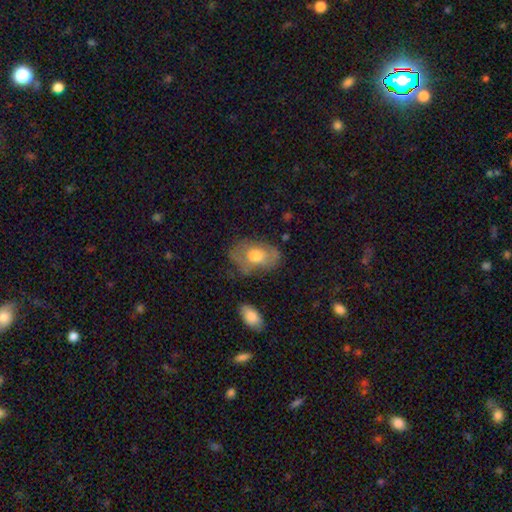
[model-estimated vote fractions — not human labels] smooth_or_featured: smooth (p=0.58) [alt: featured or disk p=0.35]
how_rounded: in between (p=0.86) [alt: round p=0.13]
merging: none (p=0.59) [alt: minor disturbance p=0.26]